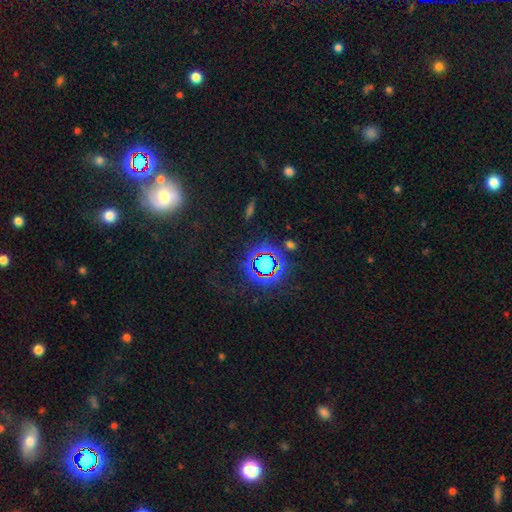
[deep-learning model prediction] Smooth or featured? Predicted: star or artifact (p=0.69).